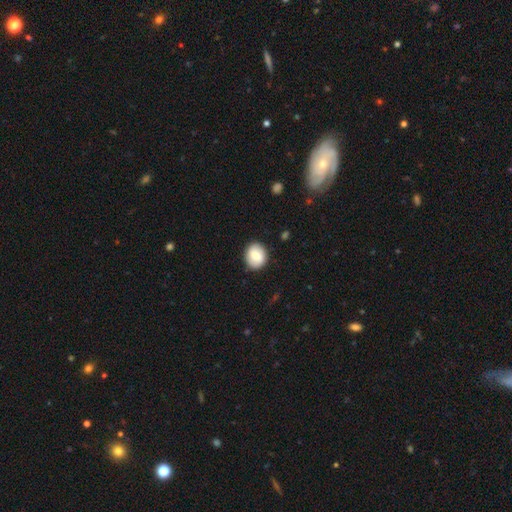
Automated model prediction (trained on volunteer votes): This is likely a smooth galaxy (73%). How rounded: likely round (69%). Merging: clearly none (88%).